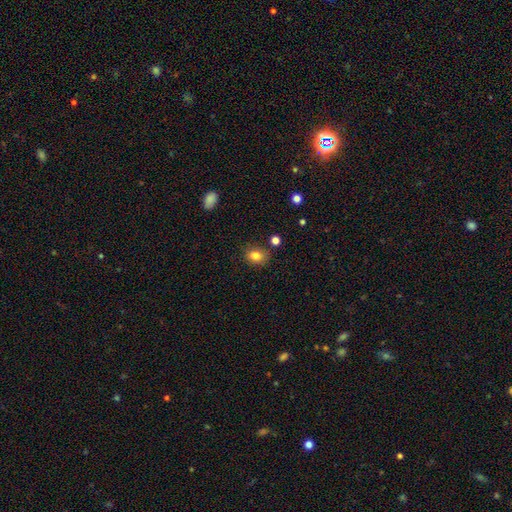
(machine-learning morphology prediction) A smooth galaxy with no disk features (82%) that is in between round and cigar-shaped (59%). Merging: none (81%).